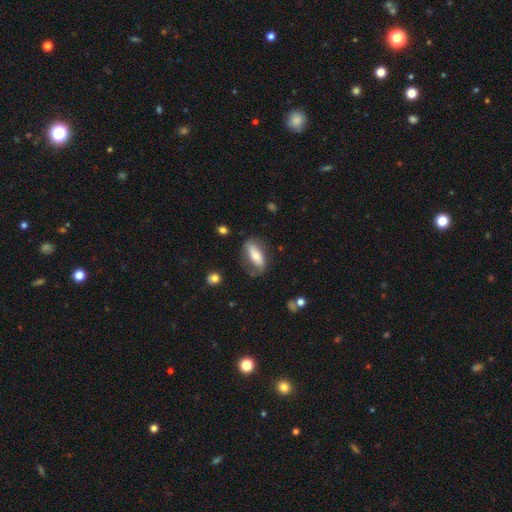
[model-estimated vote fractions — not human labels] Smooth or featured? smooth (54%)
How rounded? in between (72%)
Merging? none (64%)